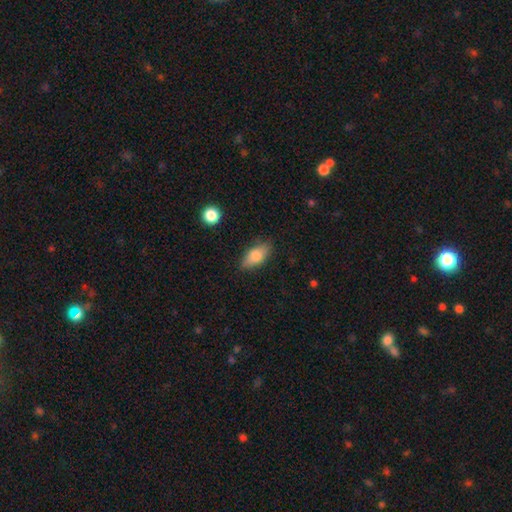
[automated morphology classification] smooth 77%, featured or disk 16%, star or artifact 7%. Down the decision tree: how rounded — in between (86%); merging — none (82%).